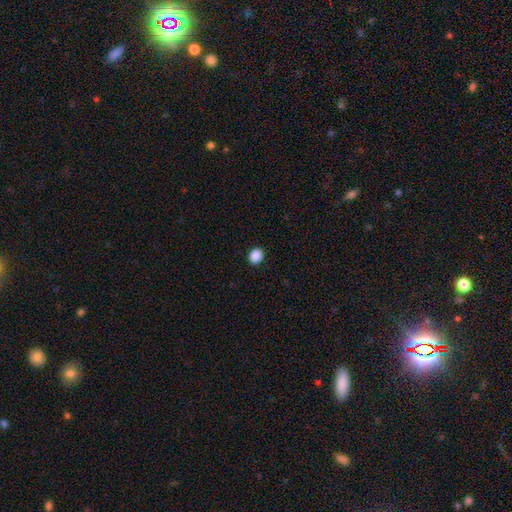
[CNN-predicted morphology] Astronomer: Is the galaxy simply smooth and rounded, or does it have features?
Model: smooth — 89%.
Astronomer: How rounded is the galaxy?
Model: round — 71%.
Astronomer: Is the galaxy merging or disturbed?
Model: none — 92%.